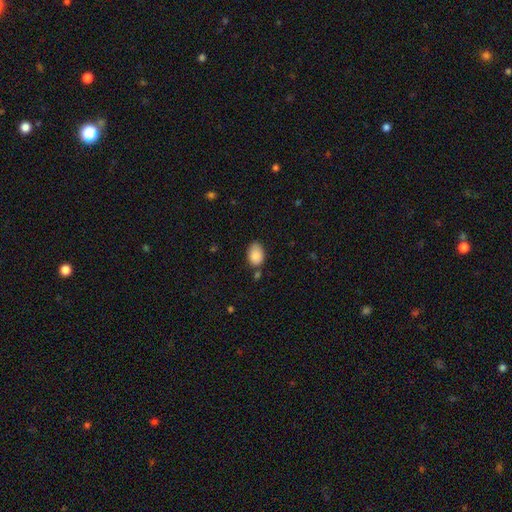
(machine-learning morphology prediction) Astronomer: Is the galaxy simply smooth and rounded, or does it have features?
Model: smooth — 87%.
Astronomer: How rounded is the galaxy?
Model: in between — 86%.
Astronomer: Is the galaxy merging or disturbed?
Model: none — 65%.